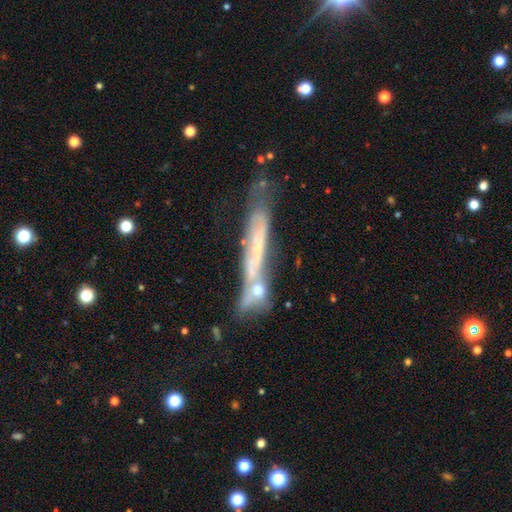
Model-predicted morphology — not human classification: A featured or disk galaxy (61%) viewed edge-on (74%). Merging: none (48%).